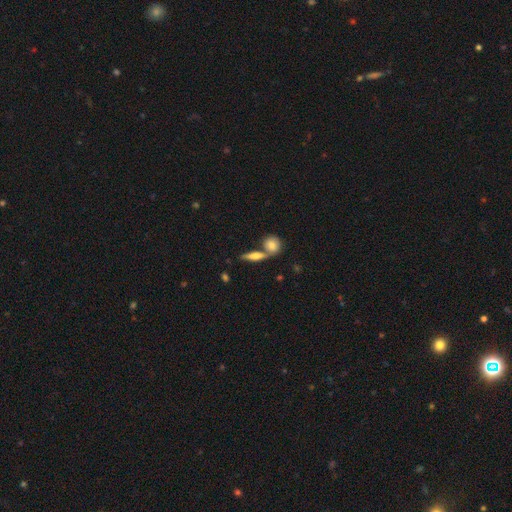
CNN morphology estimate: smooth_or_featured: smooth (p=0.58) [alt: featured or disk p=0.33]
how_rounded: cigar-shaped (p=0.53) [alt: in between p=0.35]
merging: none (p=0.60) [alt: merger p=0.27]